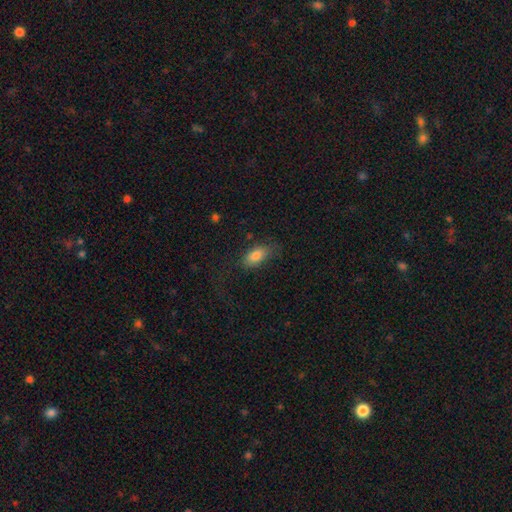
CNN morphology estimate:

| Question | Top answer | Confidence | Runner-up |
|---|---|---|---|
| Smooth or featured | smooth | 82% | featured or disk (10%) |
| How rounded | in between | 89% | cigar-shaped (7%) |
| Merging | none | 69% | minor disturbance (20%) |